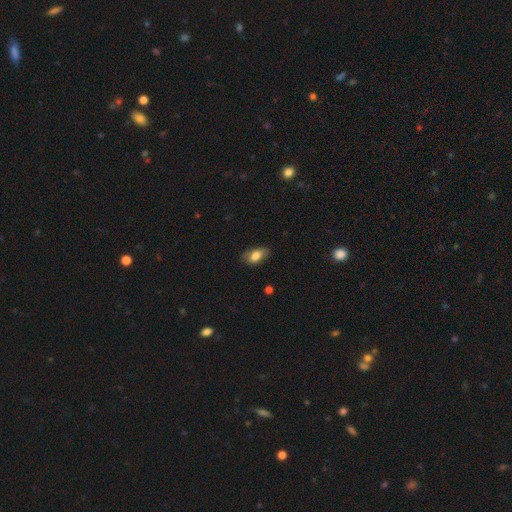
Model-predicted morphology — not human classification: Q: Smooth or featured?
A: smooth (79%); runner-up: featured or disk (14%)
Q: How rounded?
A: in between (91%); runner-up: round (6%)
Q: Merging?
A: none (76%); runner-up: minor disturbance (19%)